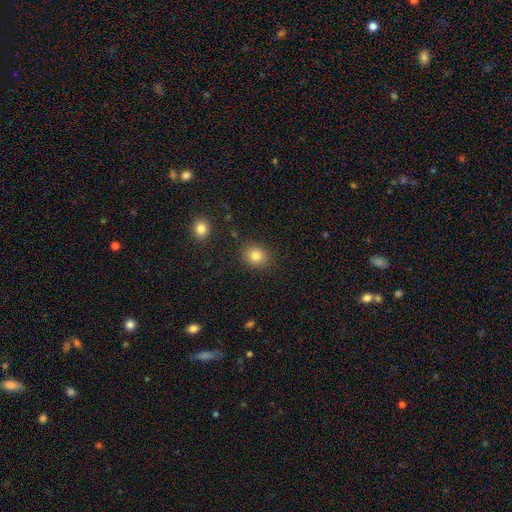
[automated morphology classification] This appears to be a smooth galaxy with no disk features (84%) that is round (76%). Merging: none (87%).